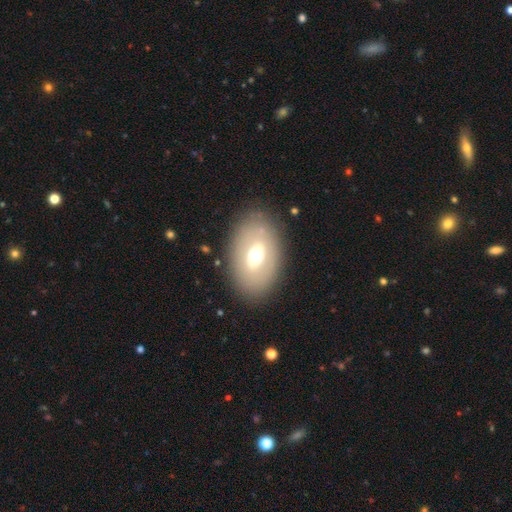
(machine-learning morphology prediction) This is possibly a smooth galaxy (52%). How rounded: clearly in between (87%). Merging: clearly none (81%).